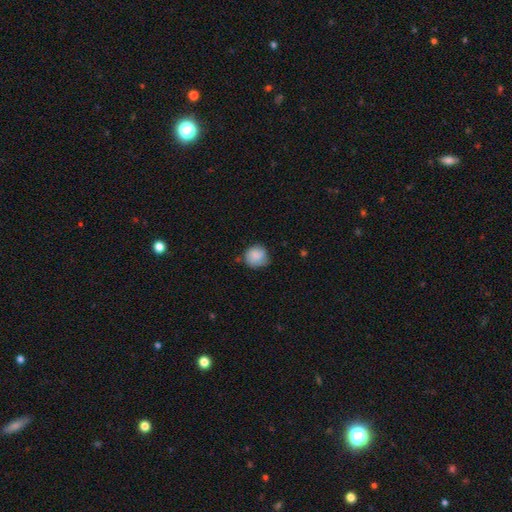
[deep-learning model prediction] Morphology: type=smooth (83%); roundness=round (84%); merging=none (62%).